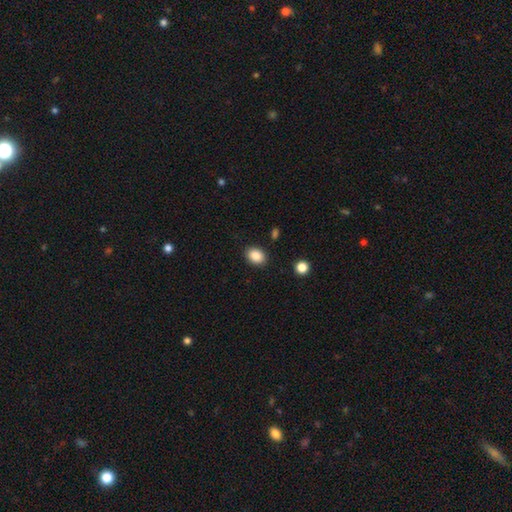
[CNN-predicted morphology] Smooth or featured? Predicted: smooth (p=0.87). How rounded? Predicted: in between (p=0.66). Merging? Predicted: none (p=0.89).